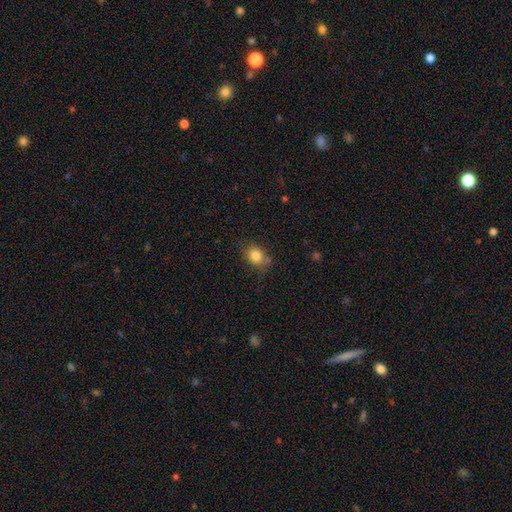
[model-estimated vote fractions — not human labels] Smooth or featured? smooth (82%)
How rounded? round (56%)
Merging? none (66%)